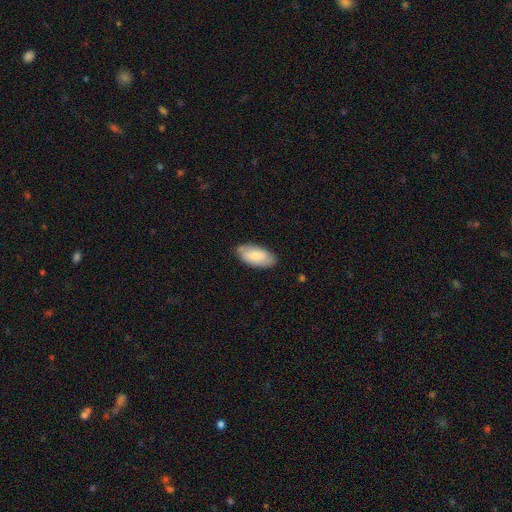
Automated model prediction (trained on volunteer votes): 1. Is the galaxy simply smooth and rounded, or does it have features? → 75% smooth, 19% featured or disk, 6% star or artifact.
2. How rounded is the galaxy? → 93% in between, 5% cigar-shaped, 2% round.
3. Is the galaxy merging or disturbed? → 79% none, 17% minor disturbance, 3% major disturbance, 2% merger.